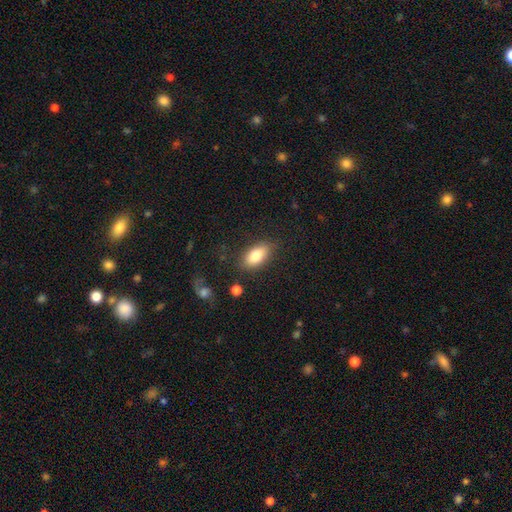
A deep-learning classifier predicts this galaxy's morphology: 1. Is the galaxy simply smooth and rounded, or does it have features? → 79% smooth, 13% featured or disk, 7% star or artifact.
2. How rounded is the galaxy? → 89% in between, 6% cigar-shaped, 5% round.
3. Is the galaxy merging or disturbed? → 82% none, 12% minor disturbance, 3% major disturbance, 2% merger.